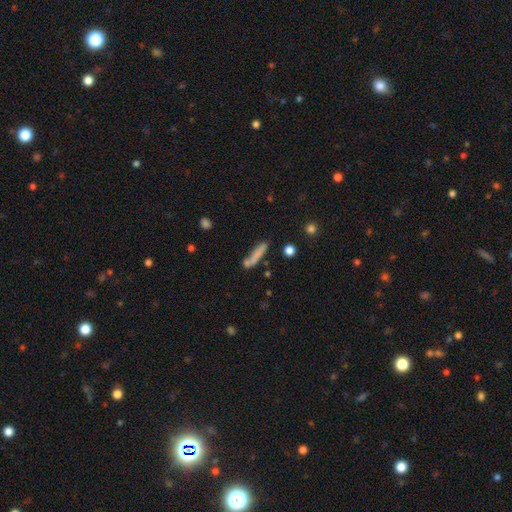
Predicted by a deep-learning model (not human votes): A smooth galaxy with no disk features (73%) that is cigar-shaped (86%).

Vote fractions:
- Smooth or featured? smooth: 73% / featured or disk: 18% / star or artifact: 9%
- How rounded? cigar-shaped: 86% / in between: 11% / round: 2%
- Merging? none: 61% / minor disturbance: 18% / merger: 15% / major disturbance: 6%